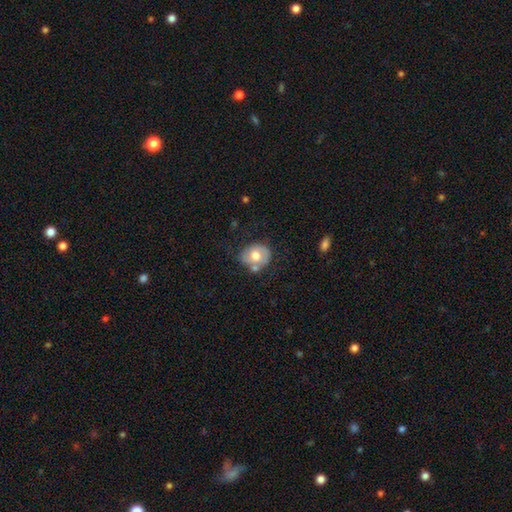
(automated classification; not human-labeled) Overall: smooth (58%; featured or disk 35%). How rounded: round (55%; in between 44%). Merging: none (50%; minor disturbance 25%).